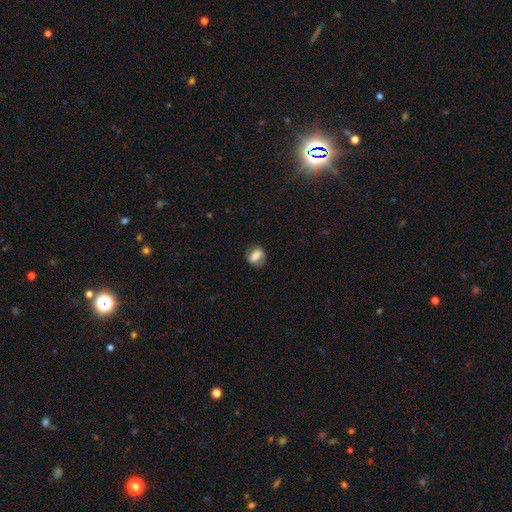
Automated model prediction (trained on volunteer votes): Smooth or featured?
  - smooth: 70% *
  - featured or disk: 20%
  - star or artifact: 10%
How rounded?
  - in between: 65% *
  - round: 30%
  - cigar-shaped: 5%
Merging?
  - none: 69% *
  - minor disturbance: 21%
  - major disturbance: 8%
  - merger: 2%